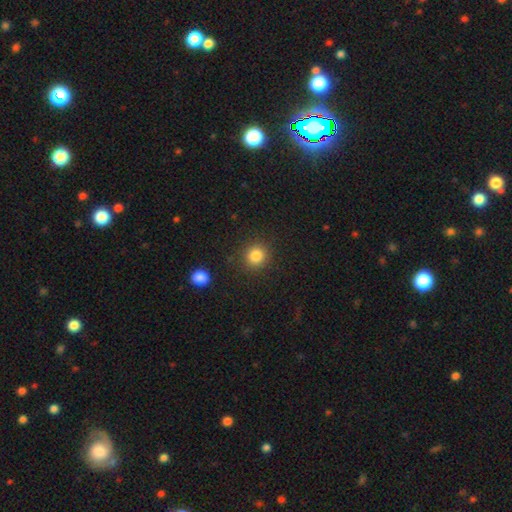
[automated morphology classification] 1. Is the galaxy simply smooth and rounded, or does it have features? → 84% smooth, 11% star or artifact, 5% featured or disk.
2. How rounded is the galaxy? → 90% round, 9% in between, 1% cigar-shaped.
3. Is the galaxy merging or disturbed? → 89% none, 7% minor disturbance, 3% major disturbance, 2% merger.